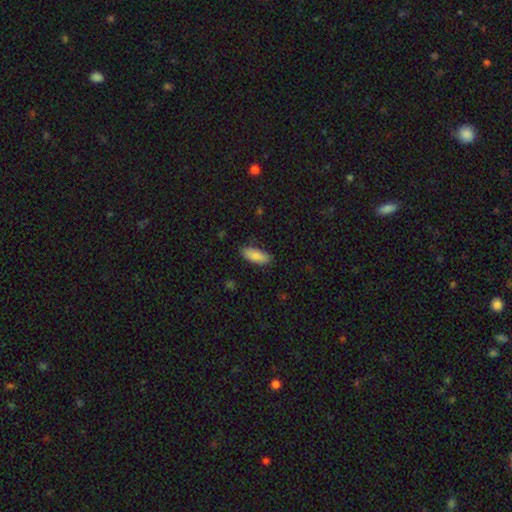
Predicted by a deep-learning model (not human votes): smooth 87%, featured or disk 7%, star or artifact 6%. Down the decision tree: how rounded — in between (80%); merging — none (83%).